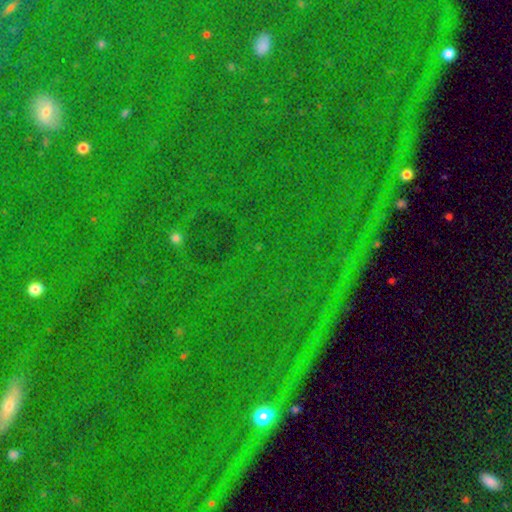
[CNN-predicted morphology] The model was most divided on "smooth or featured": star or artifact: 83%, smooth: 9%, featured or disk: 8%.